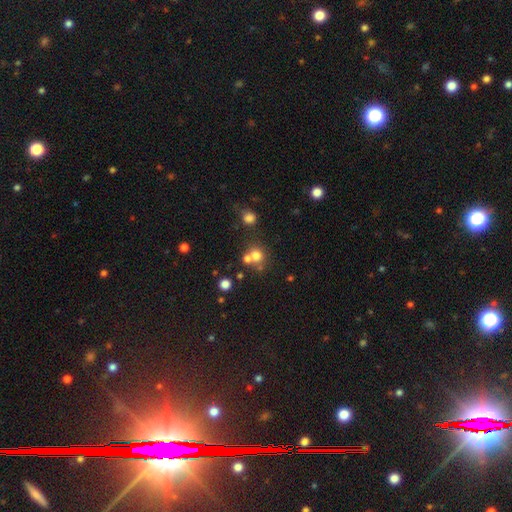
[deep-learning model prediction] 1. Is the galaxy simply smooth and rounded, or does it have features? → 72% smooth, 17% star or artifact, 12% featured or disk.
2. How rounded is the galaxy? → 85% round, 14% in between, 1% cigar-shaped.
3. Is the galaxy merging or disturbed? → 52% none, 36% merger, 8% minor disturbance, 4% major disturbance.